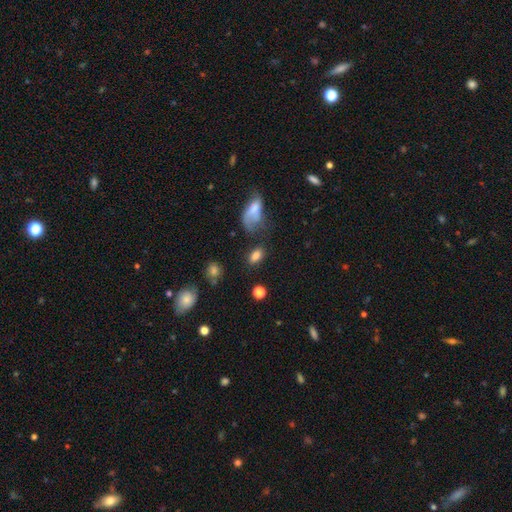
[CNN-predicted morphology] type=smooth (81%); roundness=in between (86%); merging=none (68%).